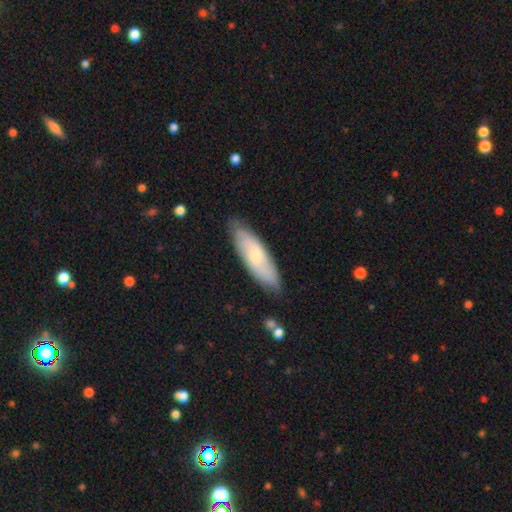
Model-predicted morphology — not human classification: A smooth galaxy with no disk features (64%) that is cigar-shaped (52%). Merging: none (82%).